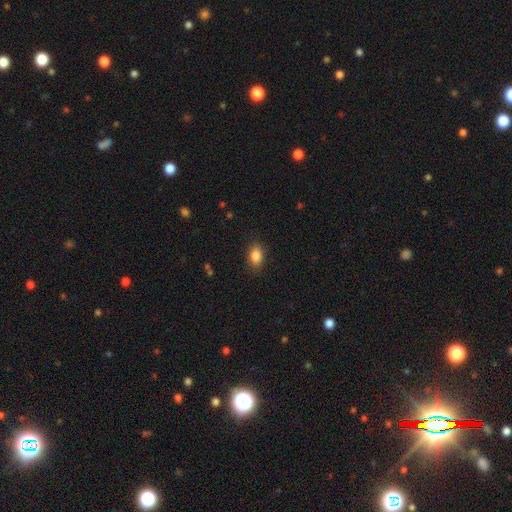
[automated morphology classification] Smooth or featured?
  - smooth: 86% *
  - star or artifact: 9%
  - featured or disk: 5%
How rounded?
  - in between: 83% *
  - round: 15%
  - cigar-shaped: 2%
Merging?
  - none: 85% *
  - minor disturbance: 11%
  - major disturbance: 3%
  - merger: 1%